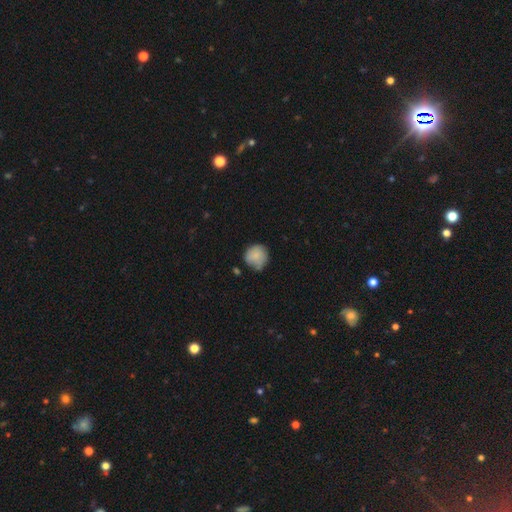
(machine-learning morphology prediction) Overall: smooth (83%). How rounded: round (89%). Merging: none (65%; minor disturbance 27%).